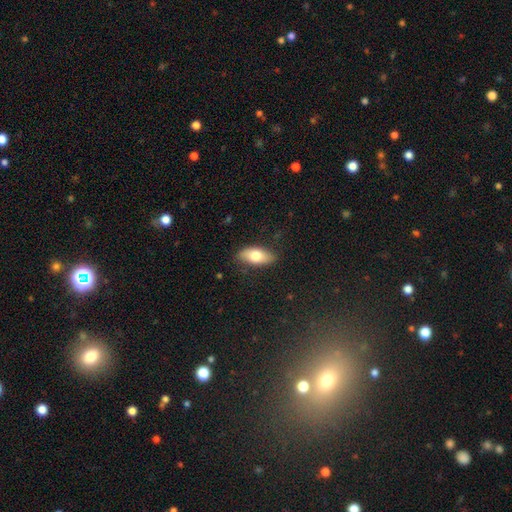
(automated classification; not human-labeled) smooth-or-featured: smooth: 74% | featured or disk: 20% | star or artifact: 6%
  how-rounded: in between: 87% | cigar-shaped: 9% | round: 3%
  merging: none: 82% | minor disturbance: 14% | major disturbance: 3% | merger: 1%